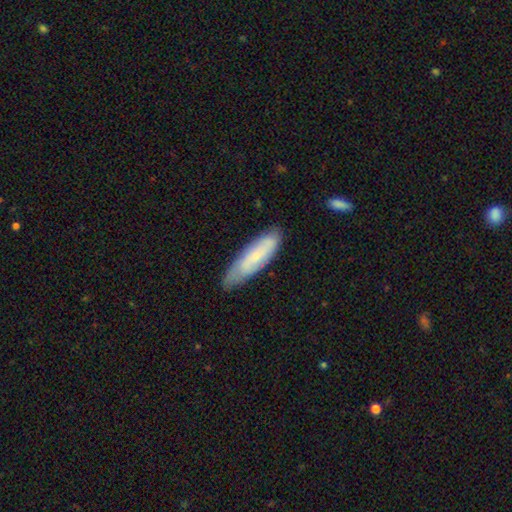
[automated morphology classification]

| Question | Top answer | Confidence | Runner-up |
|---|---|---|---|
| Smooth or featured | smooth | 56% | featured or disk (37%) |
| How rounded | cigar-shaped | 57% | in between (42%) |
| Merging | none | 73% | minor disturbance (22%) |